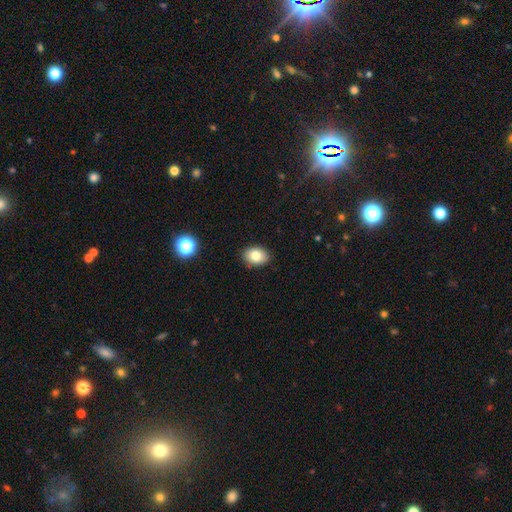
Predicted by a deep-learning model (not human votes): Morphology: type=smooth (81%); roundness=in between (75%); merging=none (88%).